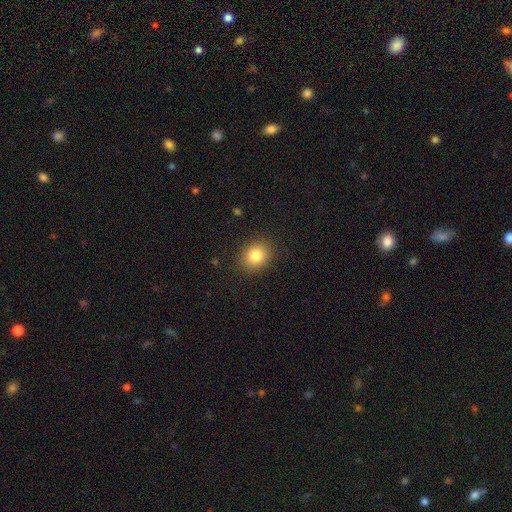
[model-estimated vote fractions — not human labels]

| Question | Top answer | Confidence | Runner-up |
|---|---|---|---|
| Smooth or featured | smooth | 83% | star or artifact (10%) |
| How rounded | round | 59% | in between (40%) |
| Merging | none | 88% | minor disturbance (8%) |